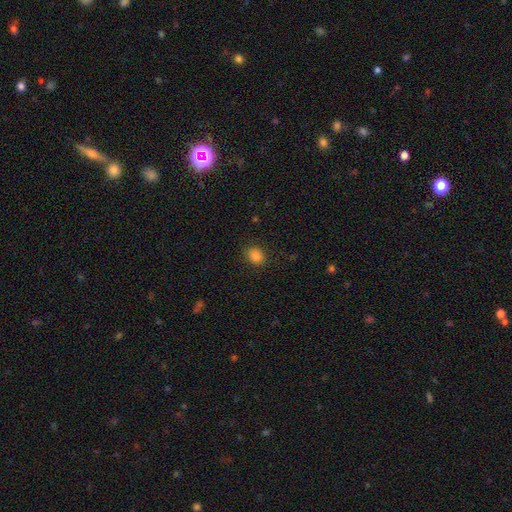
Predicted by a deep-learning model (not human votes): Morphology: type=smooth (85%); roundness=round (51%); merging=none (87%).